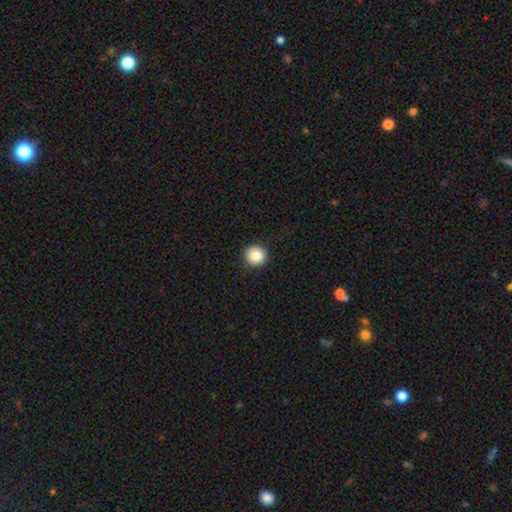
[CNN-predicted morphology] The model was most divided on "smooth or featured": smooth: 86%, star or artifact: 9%, featured or disk: 5%. More confident: how rounded — round (93%); merging — none (91%).